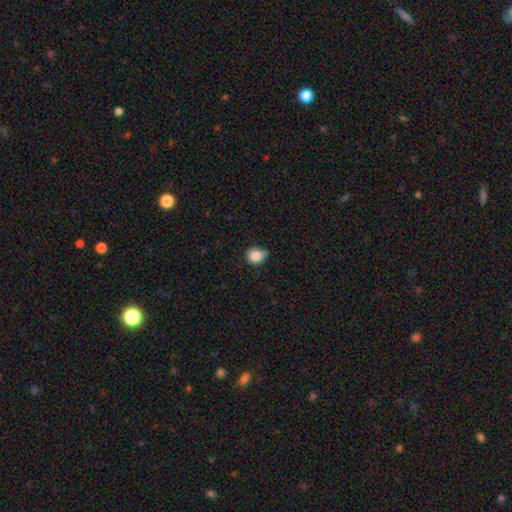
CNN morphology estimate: Smooth or featured? Predicted: smooth (p=0.85). How rounded? Predicted: round (p=0.63). Merging? Predicted: none (p=0.50).